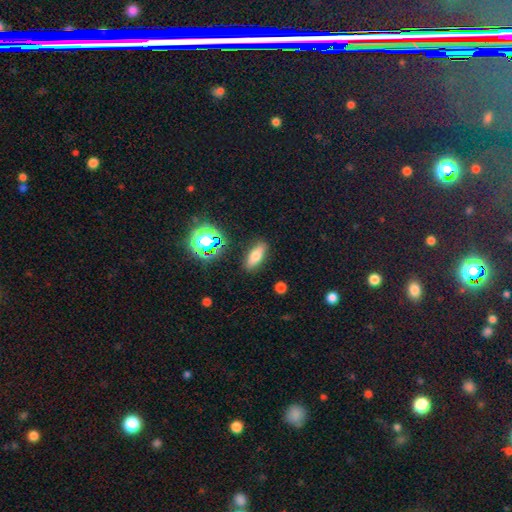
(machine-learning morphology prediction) Smooth or featured: smooth — 68% (featured or disk — 18%)
How rounded: in between — 63% (cigar-shaped — 31%)
Merging: none — 86% (minor disturbance — 9%)